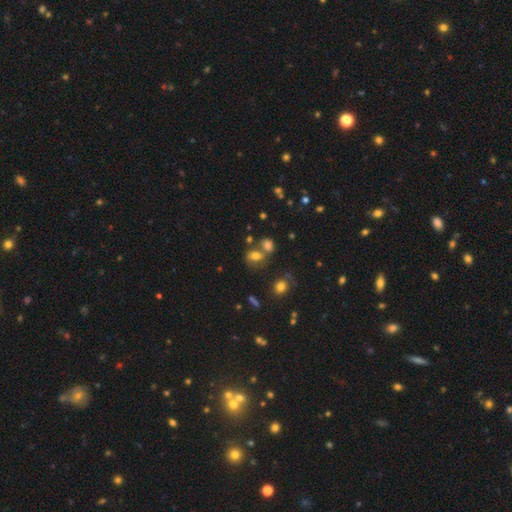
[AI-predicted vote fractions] Smooth or featured: smooth — 68% (star or artifact — 17%)
How rounded: in between — 62% (round — 35%)
Merging: none — 45% (merger — 36%)